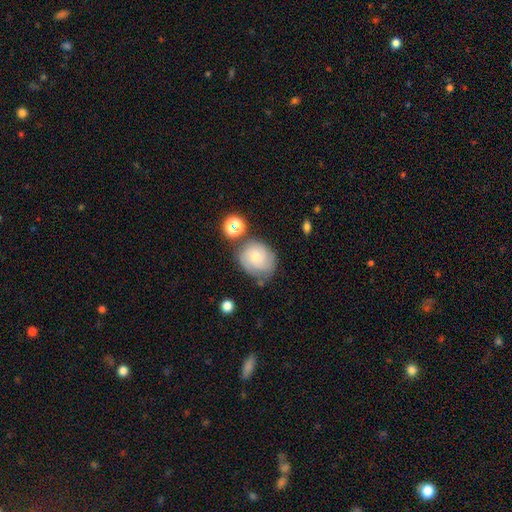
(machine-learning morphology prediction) The model was most divided on "smooth or featured": featured or disk: 48%, smooth: 42%, star or artifact: 10%. More confident: merging — none (57%).